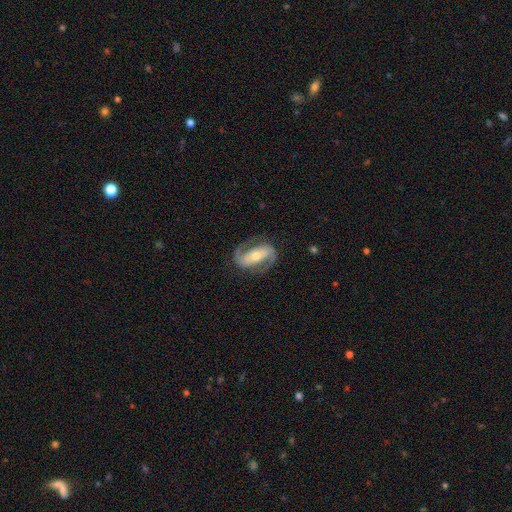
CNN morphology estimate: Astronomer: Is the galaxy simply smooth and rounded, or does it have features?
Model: featured or disk — 88%.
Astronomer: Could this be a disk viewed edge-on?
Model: no — 96%.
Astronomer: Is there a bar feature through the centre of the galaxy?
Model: strong — 51% (runner-up: weak, 26%).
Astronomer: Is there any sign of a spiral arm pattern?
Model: yes — 96%.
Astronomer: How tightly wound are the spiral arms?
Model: medium — 52%.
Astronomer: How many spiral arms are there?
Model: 2 — 92%.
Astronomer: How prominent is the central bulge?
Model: moderate — 54% (runner-up: small, 39%).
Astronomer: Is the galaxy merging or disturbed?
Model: none — 81%.